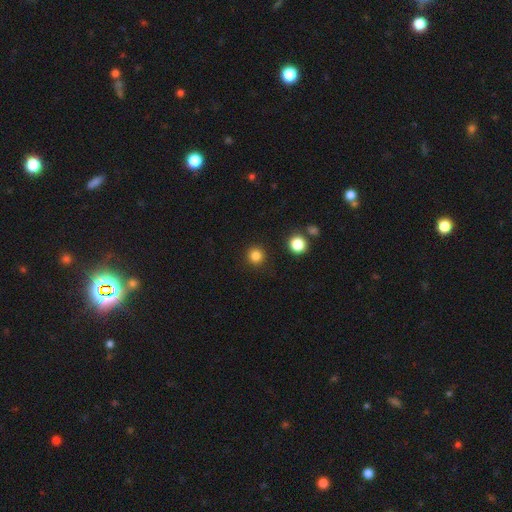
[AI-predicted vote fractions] Morphology: type=smooth (83%); roundness=round (95%); merging=none (91%).